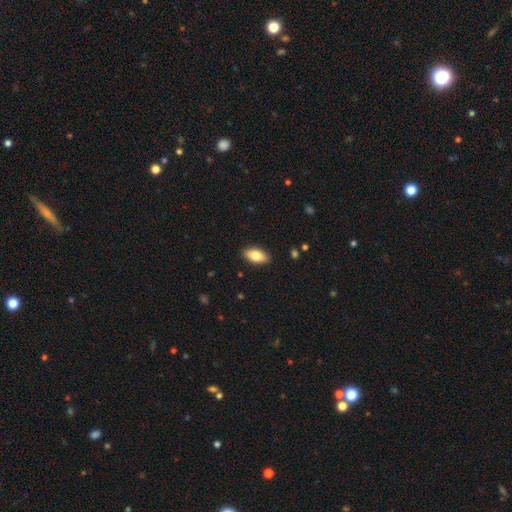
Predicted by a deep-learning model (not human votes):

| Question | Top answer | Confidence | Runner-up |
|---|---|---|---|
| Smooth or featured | smooth | 79% | featured or disk (15%) |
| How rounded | in between | 89% | cigar-shaped (8%) |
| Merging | none | 89% | minor disturbance (8%) |